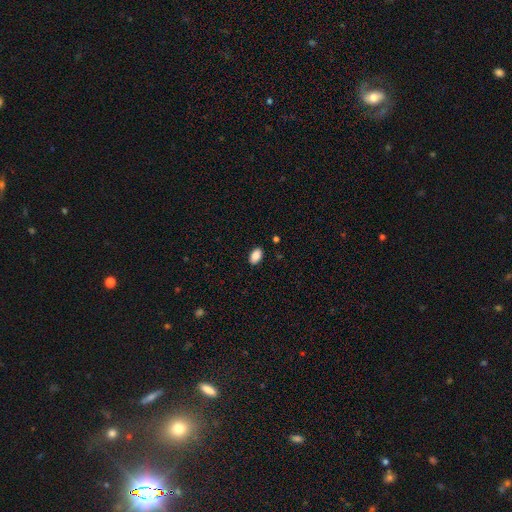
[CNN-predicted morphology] Q: Smooth or featured?
A: smooth (89%); runner-up: star or artifact (8%)
Q: How rounded?
A: in between (92%); runner-up: round (6%)
Q: Merging?
A: none (88%); runner-up: minor disturbance (9%)